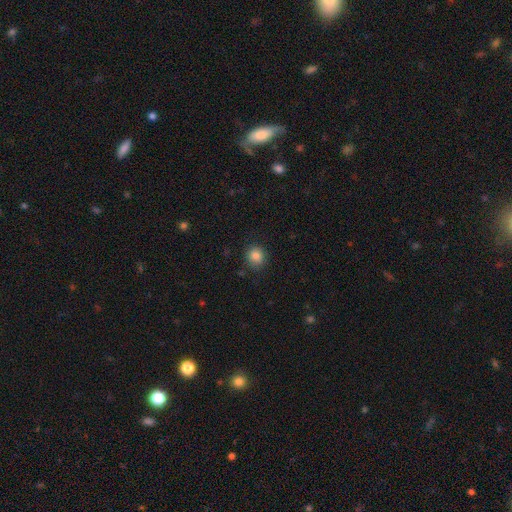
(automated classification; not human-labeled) Morphology: type=smooth (85%); roundness=round (81%); merging=none (86%).